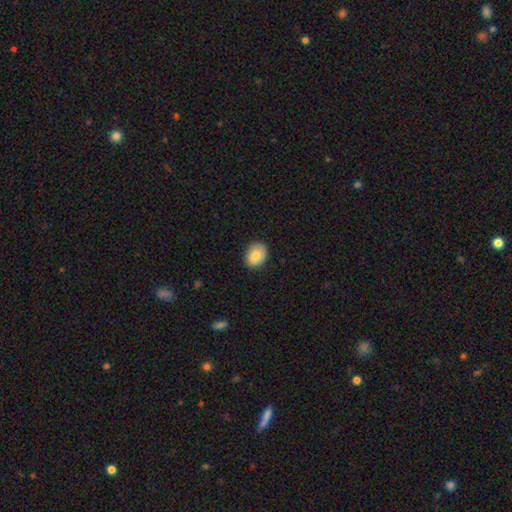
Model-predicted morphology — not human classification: Q: Smooth or featured?
A: smooth (83%); runner-up: featured or disk (9%)
Q: How rounded?
A: in between (59%); runner-up: round (40%)
Q: Merging?
A: none (86%); runner-up: minor disturbance (11%)